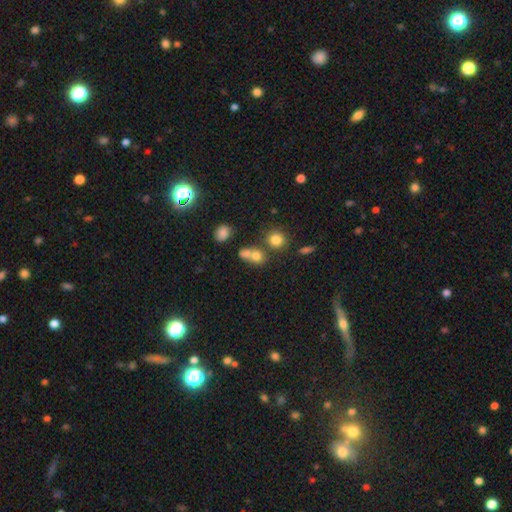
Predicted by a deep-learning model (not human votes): smooth 72%, star or artifact 16%, featured or disk 13%. Down the decision tree: how rounded — round (70%); merging — merger (47%).